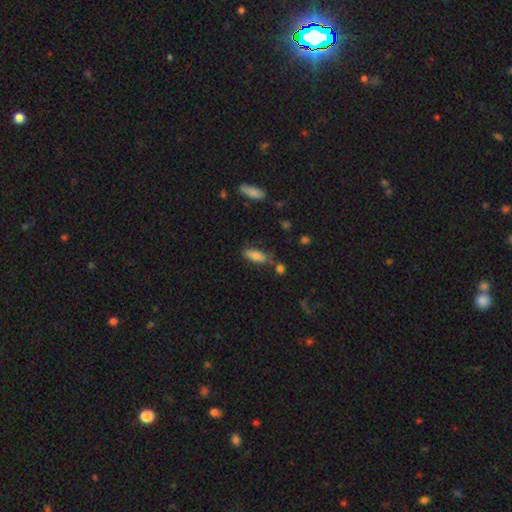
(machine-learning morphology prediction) Smooth or featured? Predicted: smooth (p=0.82). How rounded? Predicted: in between (p=0.74). Merging? Predicted: none (p=0.66).